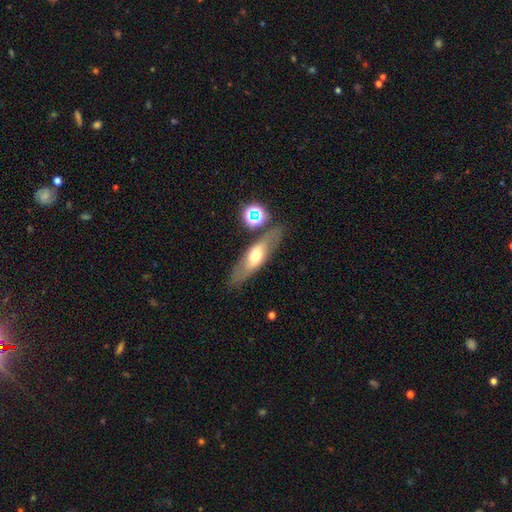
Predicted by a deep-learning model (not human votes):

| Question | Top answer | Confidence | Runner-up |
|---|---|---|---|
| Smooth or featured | featured or disk | 47% | smooth (45%) |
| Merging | none | 76% | minor disturbance (12%) |